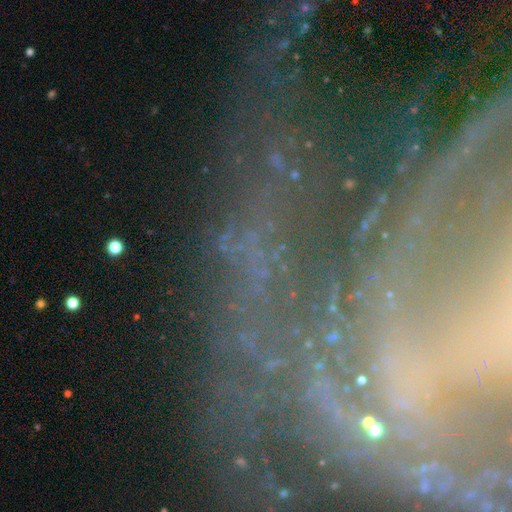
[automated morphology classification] Overall: featured or disk (62%; star or artifact 25%). Edge-on disk: no (86%). Bar: no (41%; strong 31%). Spiral arms: yes (83%). Bulge size: small (53%; moderate 28%). Merging: none (69%).